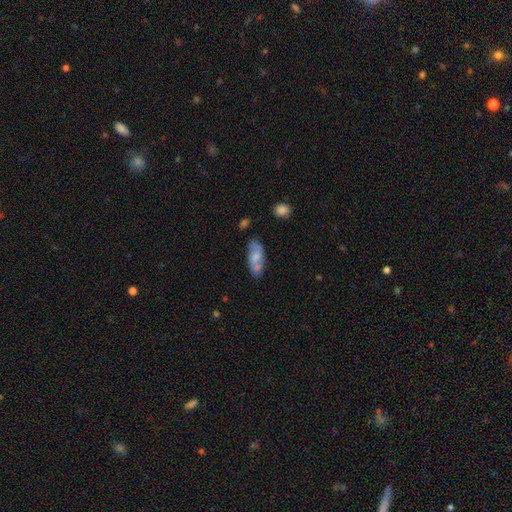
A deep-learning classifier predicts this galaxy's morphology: smooth_or_featured: smooth (p=0.62) [alt: featured or disk p=0.31]
how_rounded: in between (p=0.80) [alt: cigar-shaped p=0.17]
merging: none (p=0.58) [alt: minor disturbance p=0.21]